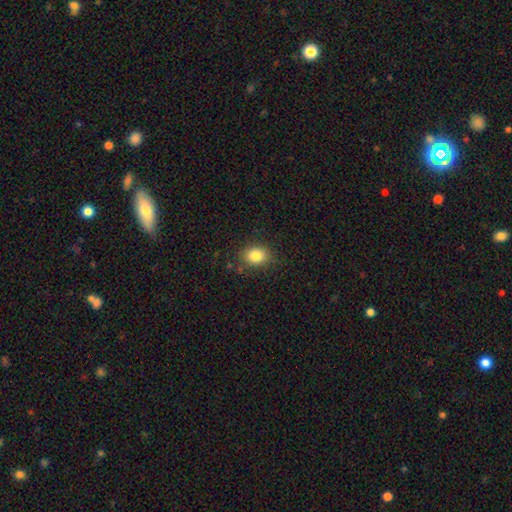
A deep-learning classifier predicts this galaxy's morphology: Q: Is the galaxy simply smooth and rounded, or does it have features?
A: smooth — 83%.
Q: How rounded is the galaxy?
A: round — 53%.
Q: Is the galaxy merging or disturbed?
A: none — 84%.